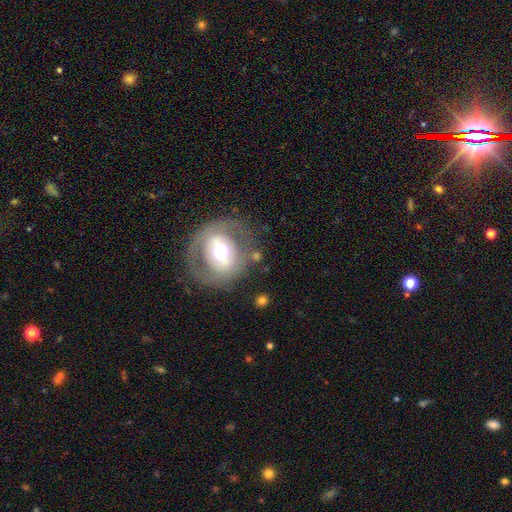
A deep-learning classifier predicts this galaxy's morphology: This is possibly a featured or disk galaxy (55%). It is clearly not viewed edge-on (94%). Bar: possibly no (47%). Spiral arm pattern: likely no (71%). Central bulge: likely moderate (61%). Merging: likely none (70%).